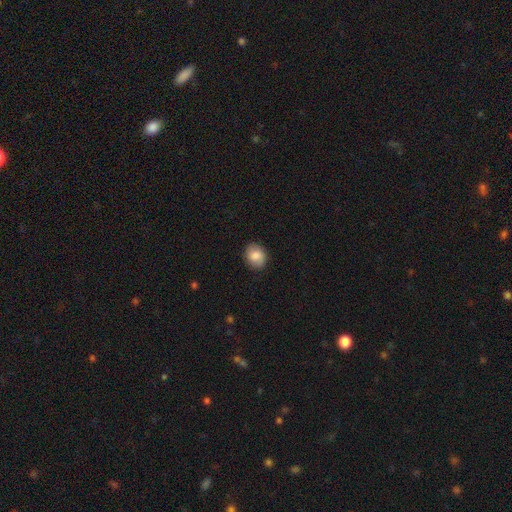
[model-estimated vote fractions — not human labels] This is clearly a smooth galaxy (85%). How rounded: possibly round (52%). Merging: clearly none (87%).